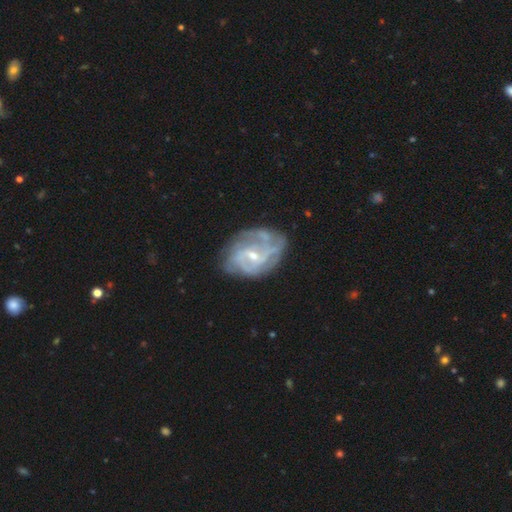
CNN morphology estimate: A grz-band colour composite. It shows a featured or disk galaxy (81%) with a weak bar (49%), tight (44%) spiral arms (91%) and a small central bulge (61%). Merging: none (66%).